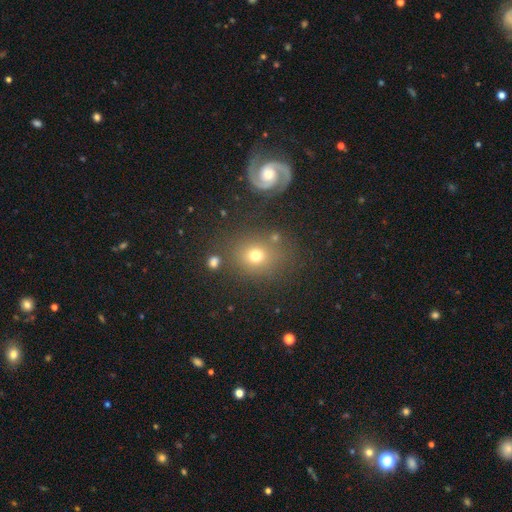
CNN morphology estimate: A smooth galaxy with no disk features (71%) that is round (71%).

Vote fractions:
- Smooth or featured? smooth: 71% / star or artifact: 18% / featured or disk: 11%
- How rounded? round: 71% / in between: 28% / cigar-shaped: 1%
- Merging? none: 76% / minor disturbance: 12% / merger: 6% / major disturbance: 6%